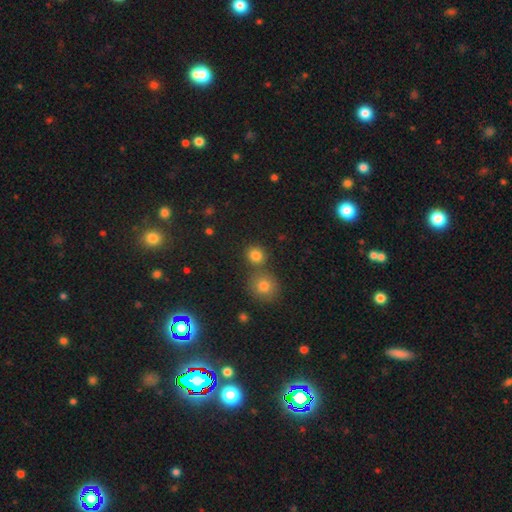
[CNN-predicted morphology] A smooth galaxy with no disk features (81%) that is round (85%).

Vote fractions:
- Smooth or featured? smooth: 81% / star or artifact: 13% / featured or disk: 6%
- How rounded? round: 85% / in between: 14% / cigar-shaped: 1%
- Merging? none: 69% / merger: 20% / minor disturbance: 8% / major disturbance: 3%